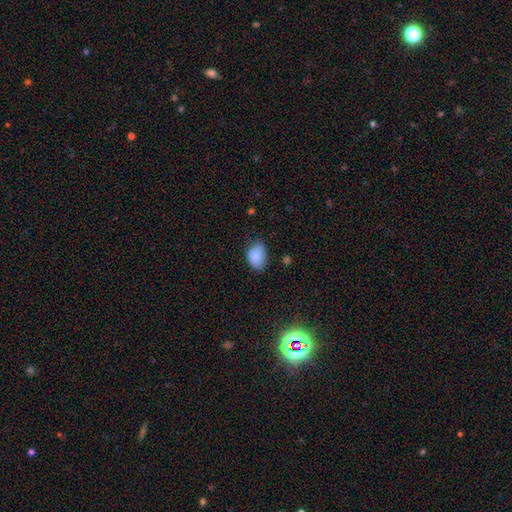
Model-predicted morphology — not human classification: The model was most divided on "merging": none: 64%, minor disturbance: 29%, major disturbance: 5%, merger: 2%. More confident: smooth or featured — smooth (87%); how rounded — in between (82%).